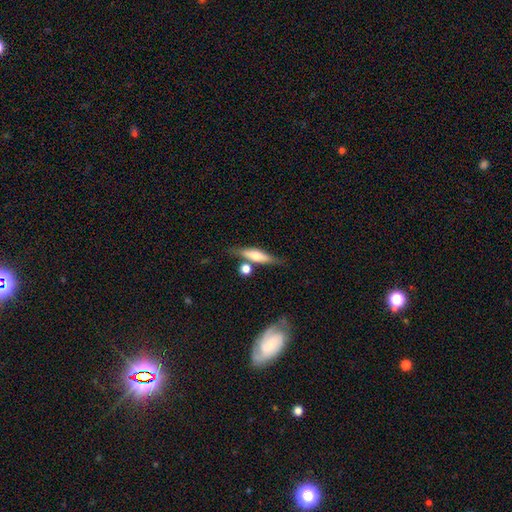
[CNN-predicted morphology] This appears to be a featured or disk galaxy (47%). Merging: none (67%).